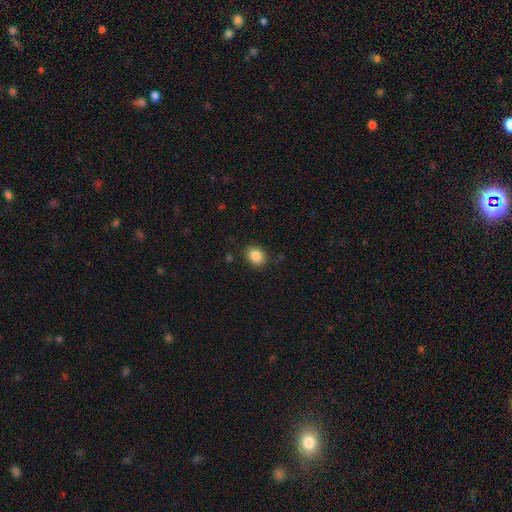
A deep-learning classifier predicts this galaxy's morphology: Q: Smooth or featured?
A: smooth (86%); runner-up: star or artifact (9%)
Q: How rounded?
A: round (55%); runner-up: in between (44%)
Q: Merging?
A: none (87%); runner-up: minor disturbance (9%)